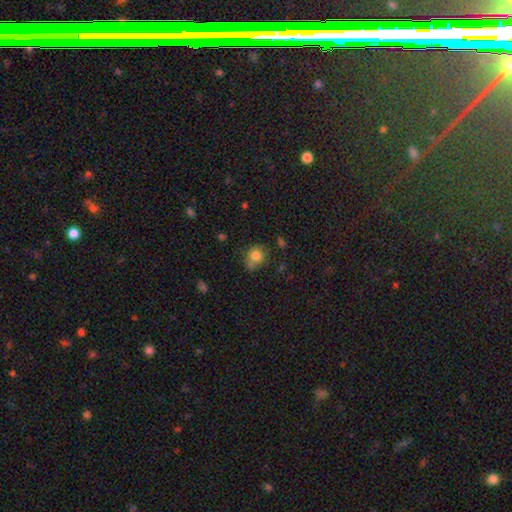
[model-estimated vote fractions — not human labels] This is likely a smooth galaxy (77%). How rounded: likely round (67%). Merging: possibly none (57%).